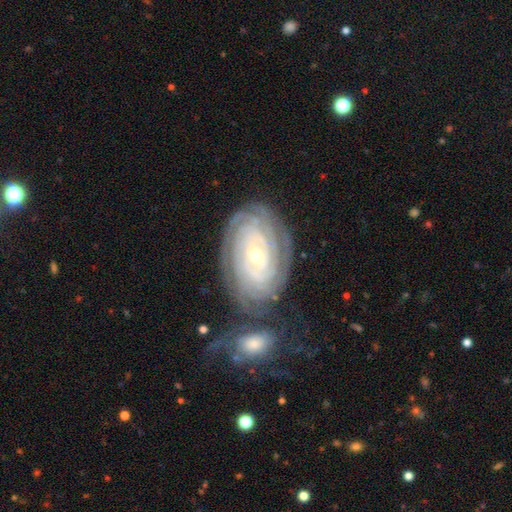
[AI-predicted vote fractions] Overall: featured or disk (88%). Edge-on disk: no (96%). Bar: no (57%; weak 28%). Spiral arms: yes (97%). Spiral arm count: can't tell (33%; 4 21%). Spiral winding: tight (88%). Bulge size: small (58%; moderate 39%). Merging: none (69%).